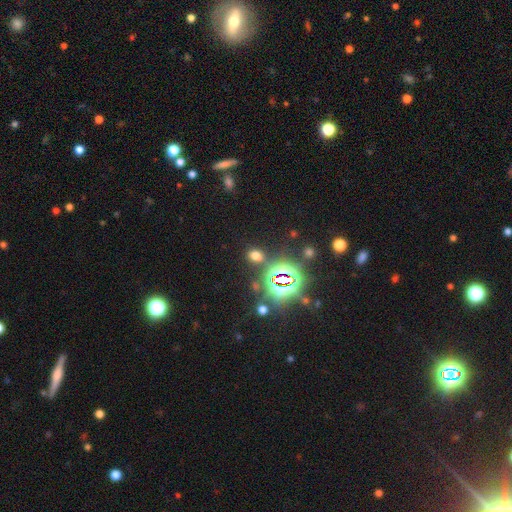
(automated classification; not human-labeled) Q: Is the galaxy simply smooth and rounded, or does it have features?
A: smooth — 53%.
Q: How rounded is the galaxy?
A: in between — 52%.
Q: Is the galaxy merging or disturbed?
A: none — 83%.